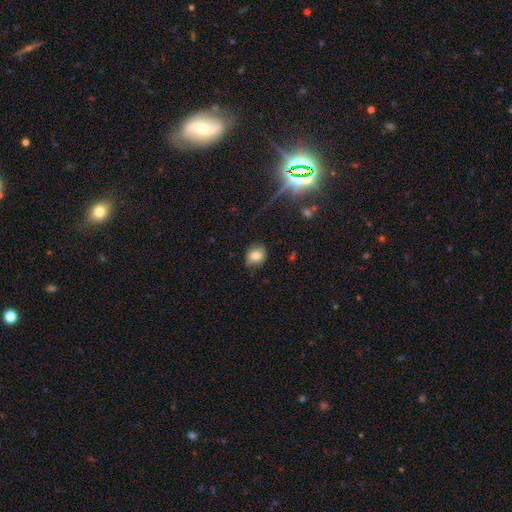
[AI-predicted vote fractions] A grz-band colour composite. It shows a smooth galaxy with no disk features (75%) that is round (58%). Merging: none (75%).